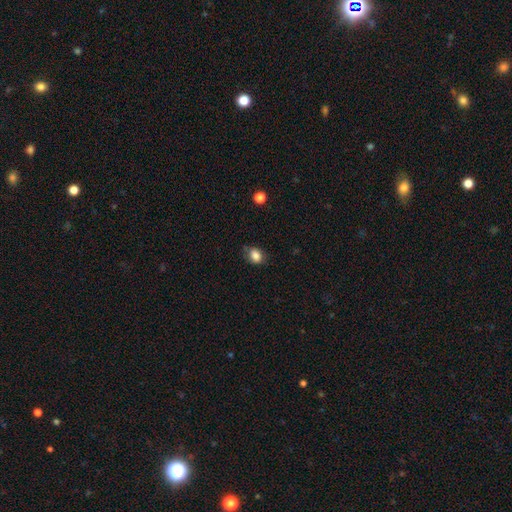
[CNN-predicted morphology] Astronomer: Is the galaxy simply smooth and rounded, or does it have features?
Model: smooth — 84%.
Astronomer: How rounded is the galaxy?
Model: in between — 61% (runner-up: round, 37%).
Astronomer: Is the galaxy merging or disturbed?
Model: none — 68%.